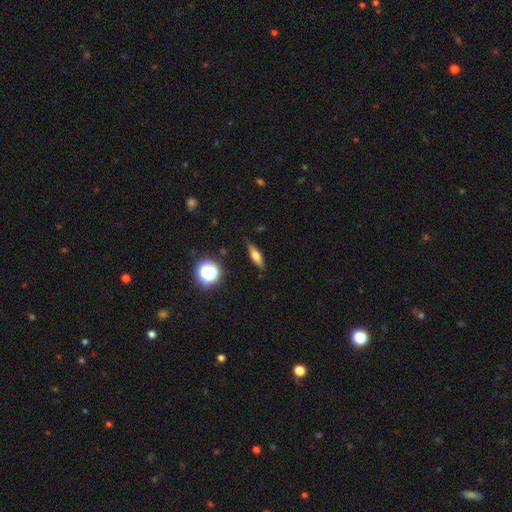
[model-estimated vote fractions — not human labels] smooth_or_featured: smooth (p=0.48) [alt: featured or disk p=0.42]
merging: none (p=0.85) [alt: minor disturbance p=0.11]